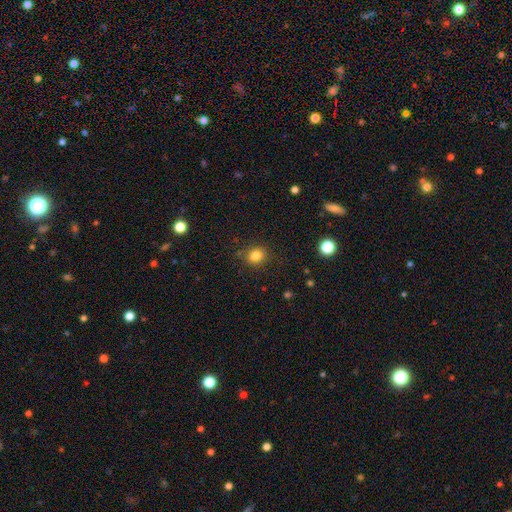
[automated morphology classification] Smooth or featured: smooth — 83% (star or artifact — 12%)
How rounded: round — 74% (in between — 25%)
Merging: none — 85% (minor disturbance — 10%)